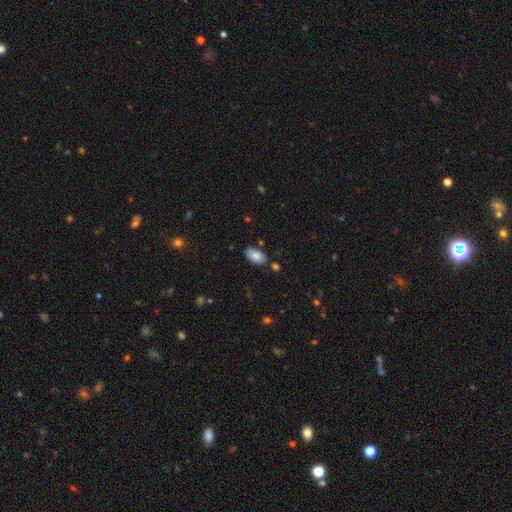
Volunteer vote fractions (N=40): A smooth galaxy with no disk features (82%) that is in between round and cigar-shaped (97%).

Vote fractions:
- Smooth or featured? smooth: 82% / featured or disk: 15% / star or artifact: 2%
- How rounded? in between: 97% / round: 3% / cigar-shaped: 0%
- Merging? none: 87% / minor disturbance: 13% / major disturbance: 0% / merger: 0%